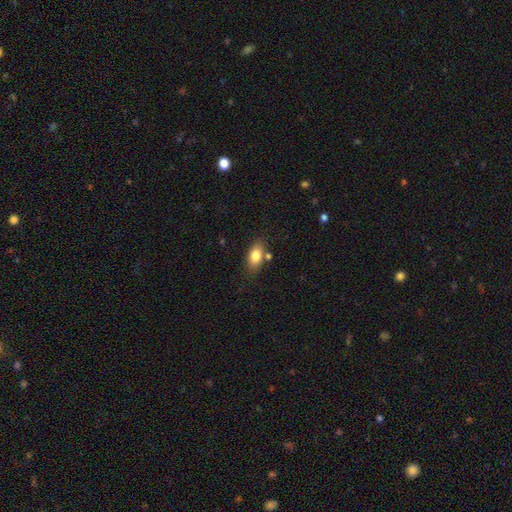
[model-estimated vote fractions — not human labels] Smooth or featured? smooth (82%)
How rounded? in between (87%)
Merging? none (72%)